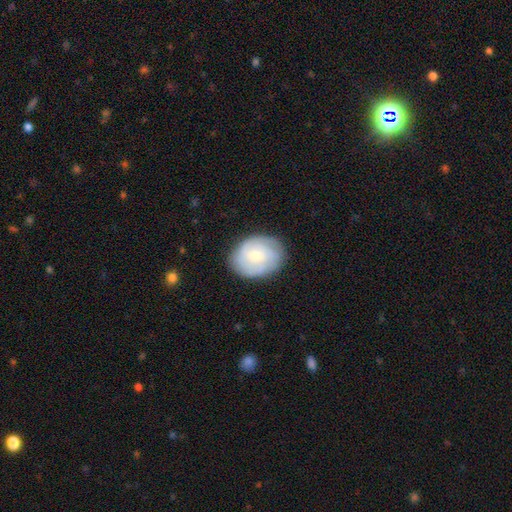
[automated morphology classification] The model was most divided on "bulge size": moderate: 47%, small: 46%, large: 4%, none: 3%, dominant: 1%. More confident: edge-on disk — no (97%); spiral arms — yes (81%); merging — none (78%); bar — no (58%); smooth or featured — featured or disk (53%).